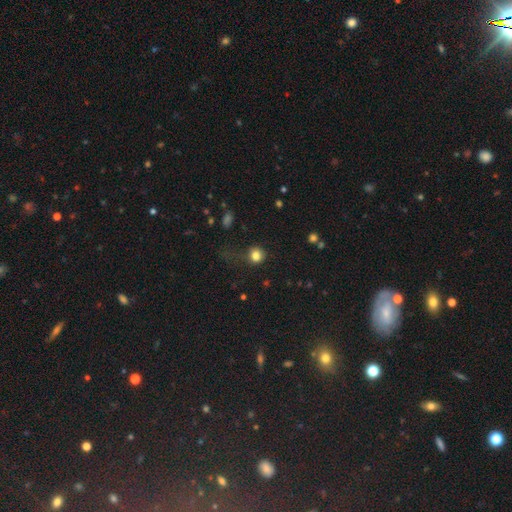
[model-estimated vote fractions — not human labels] This is clearly a smooth galaxy (81%). How rounded: clearly round (84%). Merging: likely none (61%).